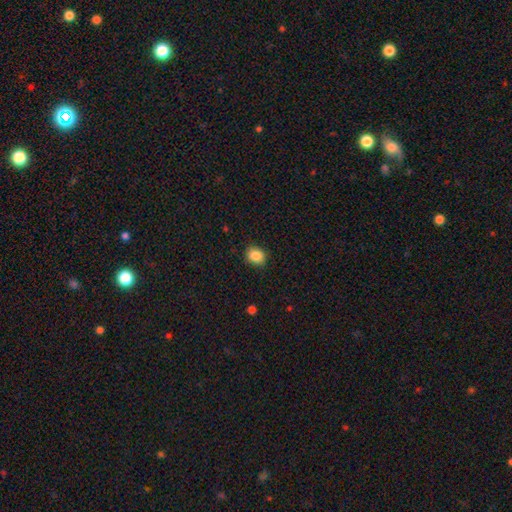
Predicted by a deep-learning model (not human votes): smooth-or-featured: smooth: 87% | star or artifact: 9% | featured or disk: 4%
  how-rounded: round: 59% | in between: 40% | cigar-shaped: 1%
  merging: none: 86% | minor disturbance: 10% | major disturbance: 2% | merger: 1%